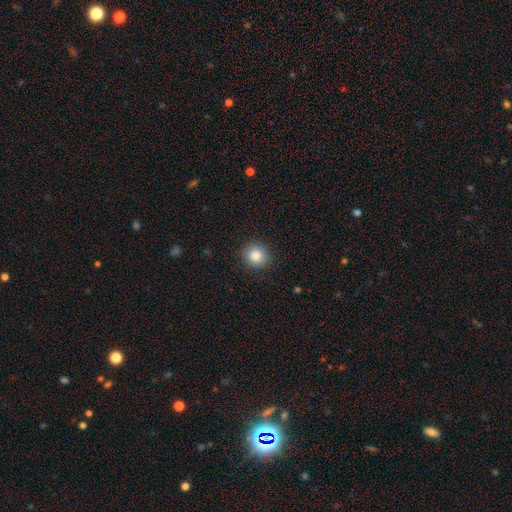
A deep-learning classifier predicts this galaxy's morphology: Smooth or featured? Predicted: smooth (p=0.83). How rounded? Predicted: round (p=0.89). Merging? Predicted: none (p=0.90).